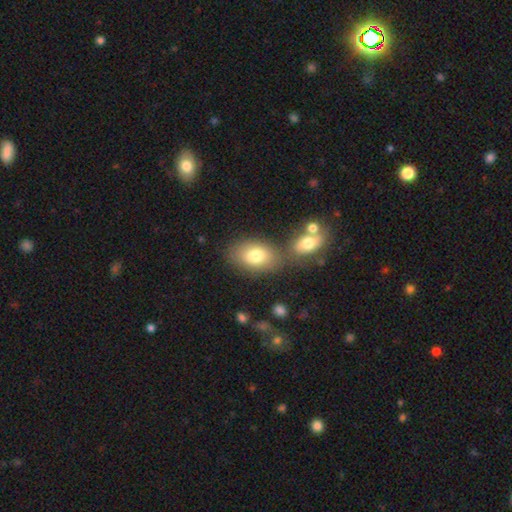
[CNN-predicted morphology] A smooth galaxy with no disk features (79%) that is in between round and cigar-shaped (85%).

Vote fractions:
- Smooth or featured? smooth: 79% / featured or disk: 13% / star or artifact: 8%
- How rounded? in between: 85% / round: 13% / cigar-shaped: 1%
- Merging? none: 61% / merger: 21% / minor disturbance: 14% / major disturbance: 5%